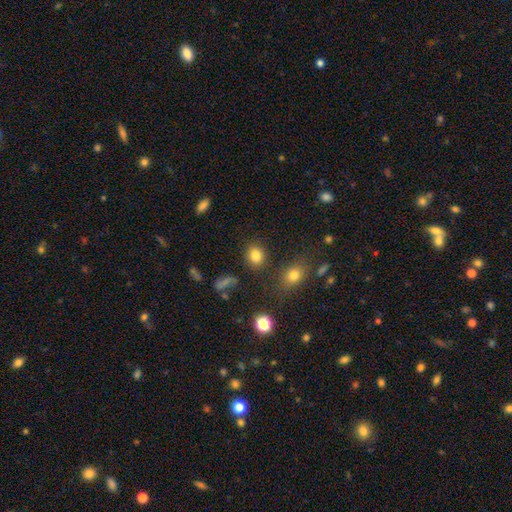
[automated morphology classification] smooth-or-featured: smooth: 82% | star or artifact: 12% | featured or disk: 6%
  how-rounded: round: 68% | in between: 30% | cigar-shaped: 1%
  merging: none: 83% | minor disturbance: 10% | merger: 4% | major disturbance: 4%